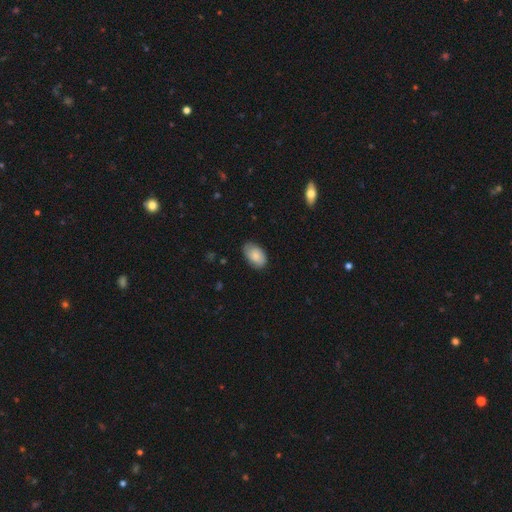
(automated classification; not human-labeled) smooth-or-featured: smooth: 80% | featured or disk: 13% | star or artifact: 6%
  how-rounded: in between: 93% | round: 6% | cigar-shaped: 1%
  merging: none: 79% | minor disturbance: 17% | major disturbance: 3% | merger: 1%